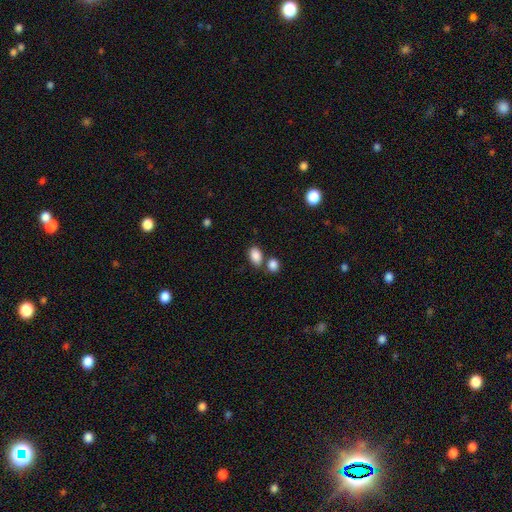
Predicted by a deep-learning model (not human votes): Q: Smooth or featured?
A: smooth (87%); runner-up: star or artifact (8%)
Q: How rounded?
A: in between (85%); runner-up: round (13%)
Q: Merging?
A: none (61%); runner-up: merger (24%)